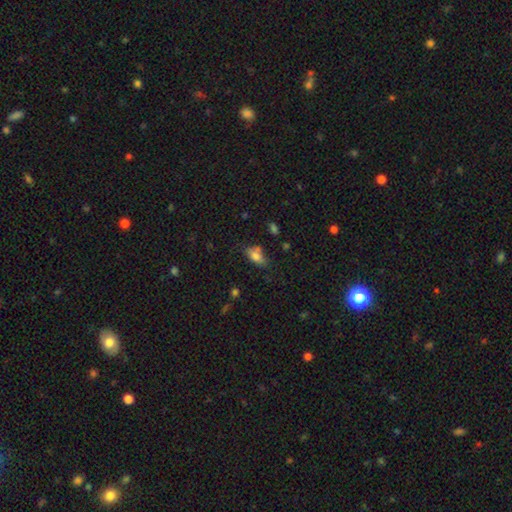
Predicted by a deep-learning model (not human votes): Smooth or featured: smooth — 74% (featured or disk — 15%)
How rounded: in between — 86% (cigar-shaped — 7%)
Merging: none — 55% (minor disturbance — 26%)